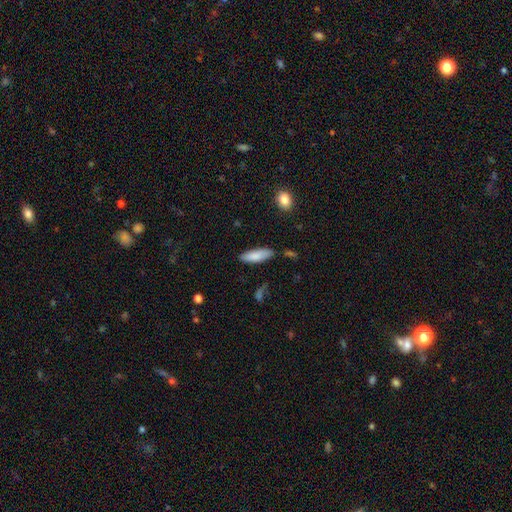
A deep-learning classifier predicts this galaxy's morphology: Q: Smooth or featured?
A: smooth (85%); runner-up: featured or disk (9%)
Q: How rounded?
A: in between (55%); runner-up: cigar-shaped (43%)
Q: Merging?
A: none (81%); runner-up: minor disturbance (13%)